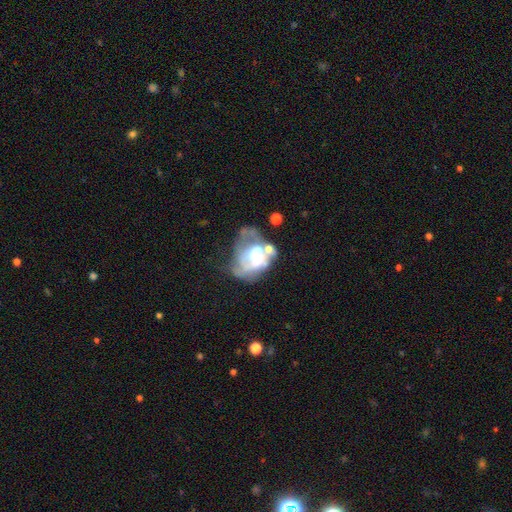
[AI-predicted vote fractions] Smooth or featured? Predicted: featured or disk (p=0.65). Edge-on disk? Predicted: no (p=0.97). Bar? Predicted: no (p=0.70). Spiral arms? Predicted: no (p=0.52). Bulge size? Predicted: moderate (p=0.54). Merging? Predicted: major disturbance (p=0.36).